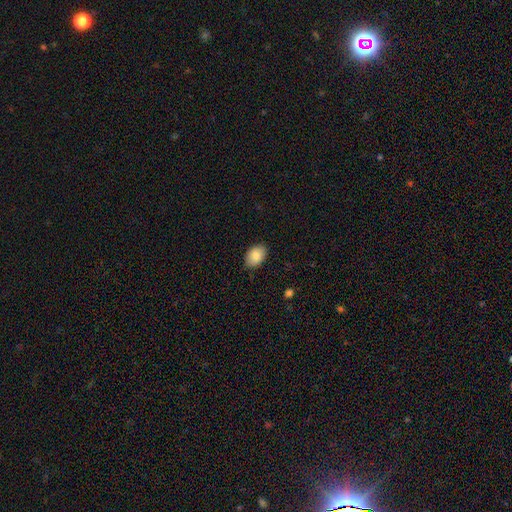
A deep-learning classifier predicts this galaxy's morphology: Q: Smooth or featured?
A: smooth (86%); runner-up: star or artifact (7%)
Q: How rounded?
A: in between (86%); runner-up: round (13%)
Q: Merging?
A: none (86%); runner-up: minor disturbance (11%)